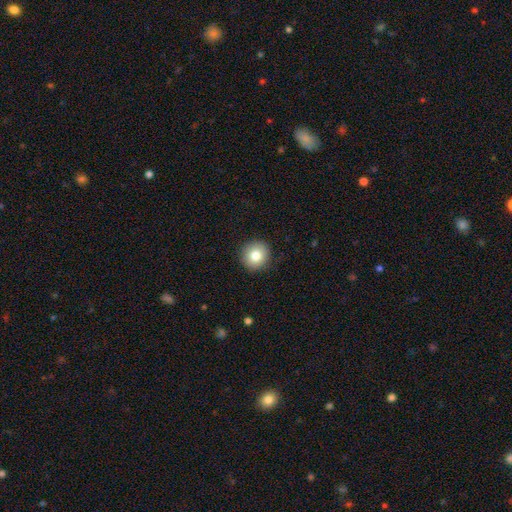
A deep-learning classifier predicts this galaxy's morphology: This appears to be a smooth galaxy with no disk features (81%) that is round (91%). Merging: none (90%).